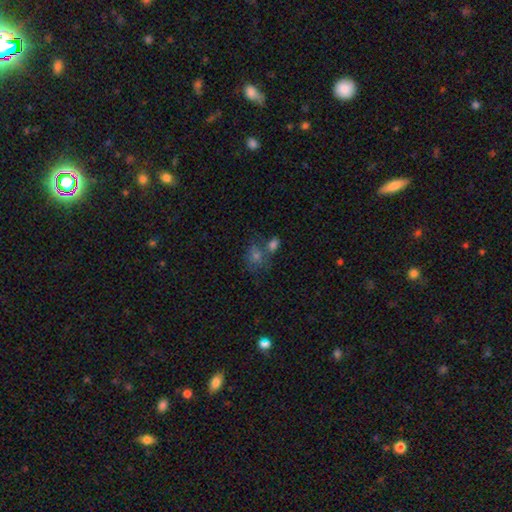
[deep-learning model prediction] Smooth or featured?
  - smooth: 53% *
  - star or artifact: 27%
  - featured or disk: 20%
How rounded?
  - round: 57% *
  - in between: 41%
  - cigar-shaped: 2%
Merging?
  - none: 49% *
  - merger: 28%
  - minor disturbance: 14%
  - major disturbance: 8%